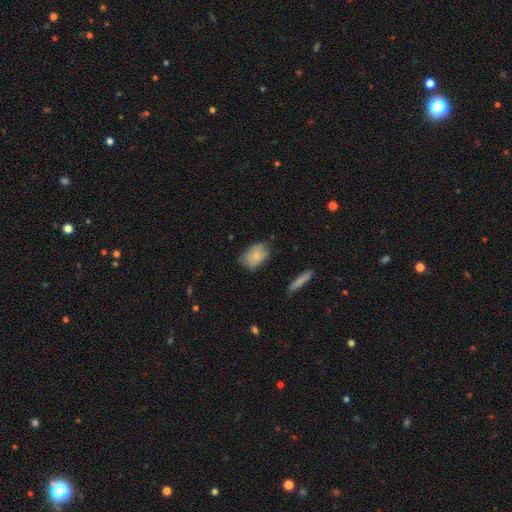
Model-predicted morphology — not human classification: Smooth or featured?
  - smooth: 80% *
  - featured or disk: 14%
  - star or artifact: 7%
How rounded?
  - in between: 84% *
  - round: 14%
  - cigar-shaped: 2%
Merging?
  - none: 69% *
  - minor disturbance: 24%
  - major disturbance: 5%
  - merger: 2%